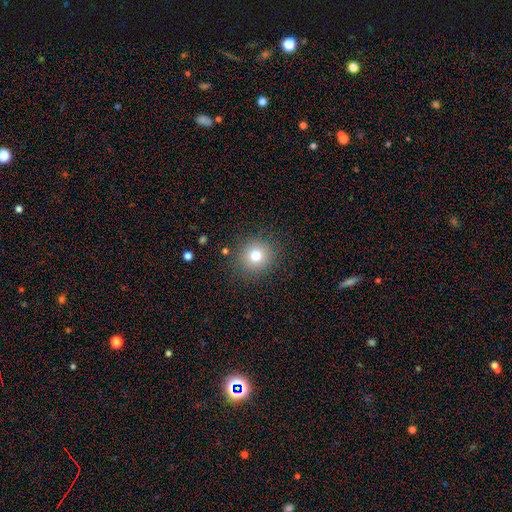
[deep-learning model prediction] Morphology: type=smooth (76%); roundness=round (90%); merging=none (87%).